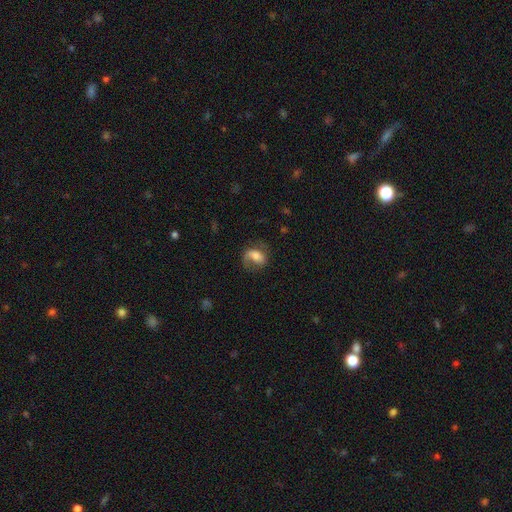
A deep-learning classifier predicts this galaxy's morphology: A featured or disk galaxy (52%) with no bar (43%), spiral arms (86%) and a moderate central bulge (47%). Merging: none (51%).